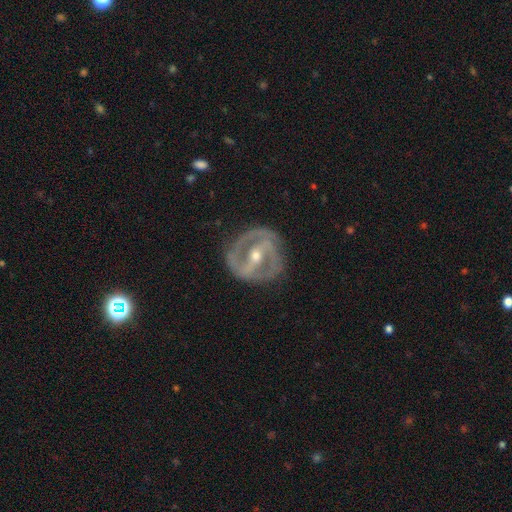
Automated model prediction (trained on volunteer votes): This is clearly a featured or disk galaxy (86%). It is clearly not viewed edge-on (94%). Bar: likely strong (64%). Spiral arm pattern: likely yes (76%). Spiral arm count: likely 2 (74%). Spiral winding: possibly tight (49%). Central bulge: possibly moderate (56%). Merging: likely none (80%).